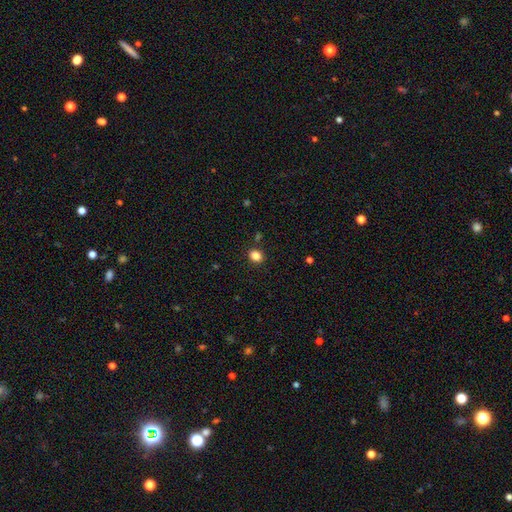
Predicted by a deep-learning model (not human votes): A smooth galaxy with no disk features (85%) that is round (58%).

Vote fractions:
- Smooth or featured? smooth: 85% / star or artifact: 11% / featured or disk: 4%
- How rounded? round: 58% / in between: 41% / cigar-shaped: 1%
- Merging? none: 87% / minor disturbance: 8% / merger: 3% / major disturbance: 2%